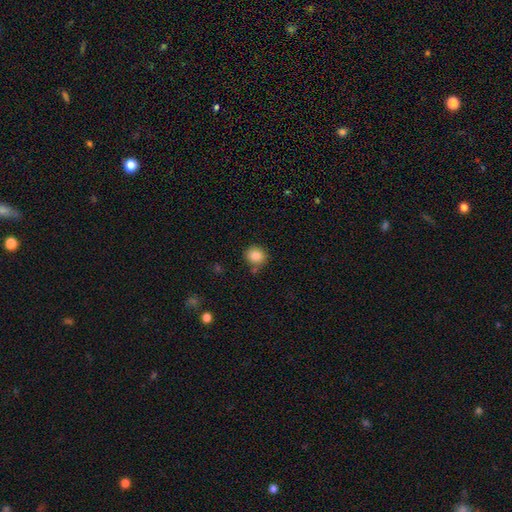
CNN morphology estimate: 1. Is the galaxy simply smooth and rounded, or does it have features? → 86% smooth, 10% star or artifact, 5% featured or disk.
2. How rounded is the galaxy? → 83% round, 16% in between, 1% cigar-shaped.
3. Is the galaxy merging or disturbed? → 79% none, 12% minor disturbance, 7% merger, 3% major disturbance.